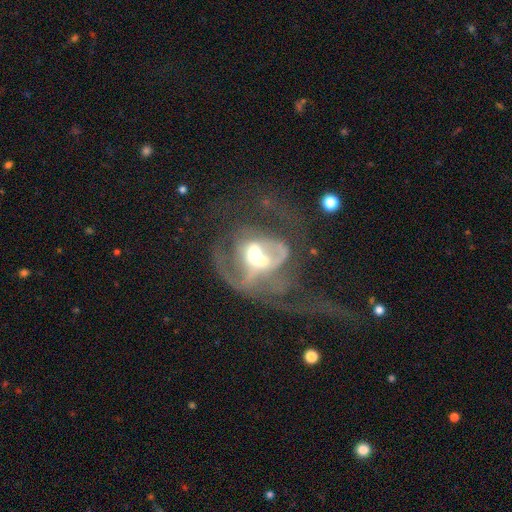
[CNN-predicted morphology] Smooth or featured: featured or disk — 73% (smooth — 18%)
Edge-on disk: no — 96% (yes — 4%)
Bar: no — 61% (weak — 28%)
Spiral arms: yes — 56% (no — 44%)
Bulge size: moderate — 59% (large — 23%)
Merging: major disturbance — 43% (merger — 36%)